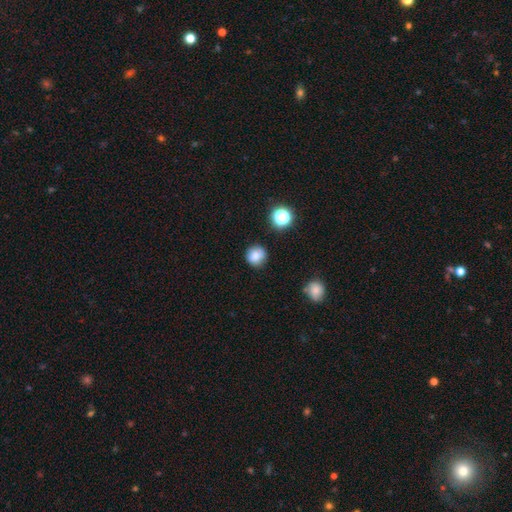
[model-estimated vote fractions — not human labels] Smooth or featured: smooth — 78% (star or artifact — 13%)
How rounded: round — 89% (in between — 10%)
Merging: none — 78% (minor disturbance — 14%)